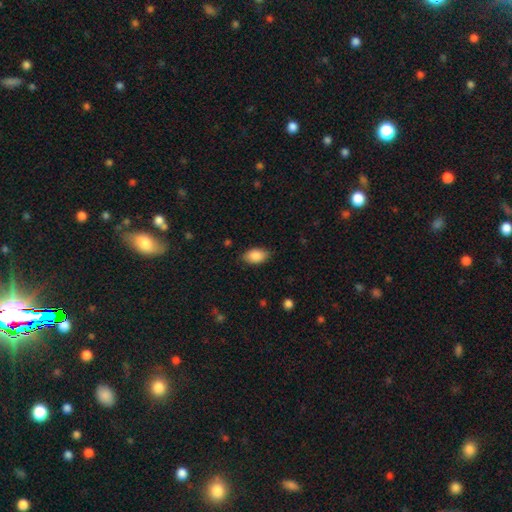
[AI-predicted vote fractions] A smooth galaxy with no disk features (87%) that is in between round and cigar-shaped (92%). Merging: none (83%).